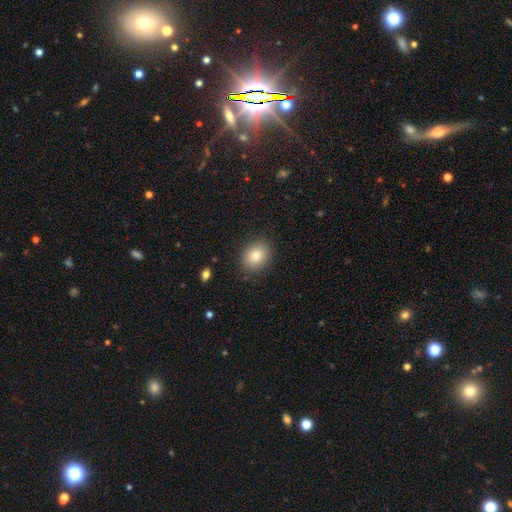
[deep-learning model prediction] A smooth galaxy with no disk features (84%) that is in between round and cigar-shaped (57%). Merging: none (85%).